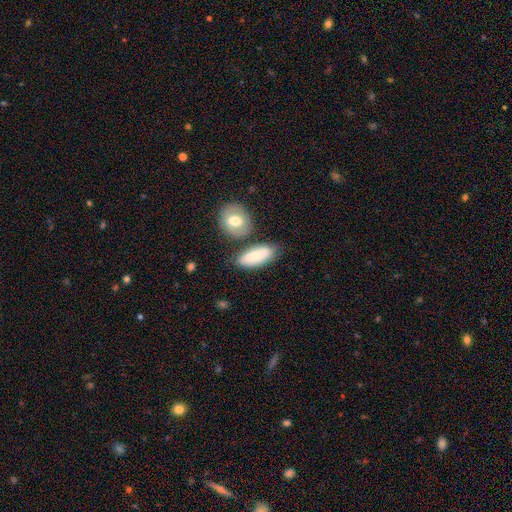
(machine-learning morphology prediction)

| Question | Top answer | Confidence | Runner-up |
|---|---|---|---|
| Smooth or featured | smooth | 75% | featured or disk (19%) |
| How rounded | in between | 80% | cigar-shaped (16%) |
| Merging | none | 63% | minor disturbance (18%) |